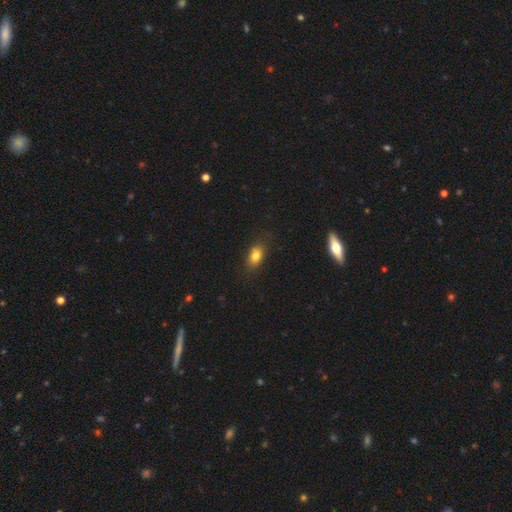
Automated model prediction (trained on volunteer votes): The model was most divided on "how rounded": in between: 80%, round: 15%, cigar-shaped: 5%. More confident: merging — none (80%); smooth or featured — smooth (80%).